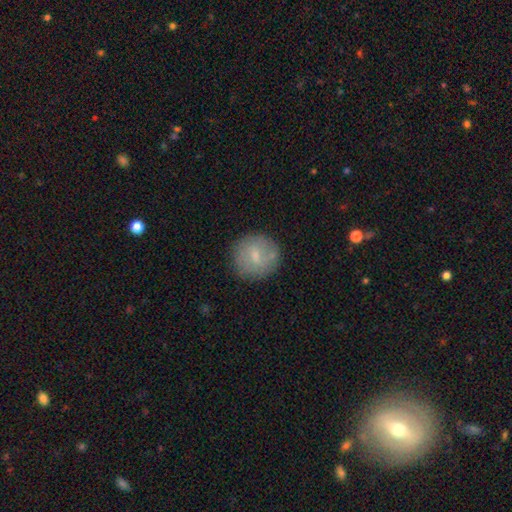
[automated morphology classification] A smooth galaxy with no disk features (67%) that is round (90%). Merging: none (80%).